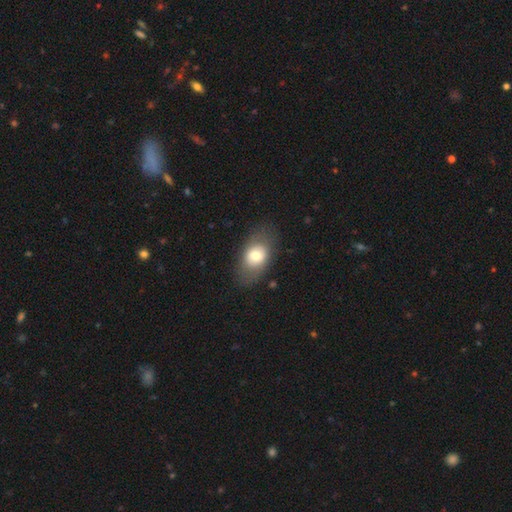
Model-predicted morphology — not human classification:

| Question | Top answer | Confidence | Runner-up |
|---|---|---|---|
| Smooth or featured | smooth | 70% | featured or disk (23%) |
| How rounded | in between | 83% | round (15%) |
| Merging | none | 78% | minor disturbance (14%) |